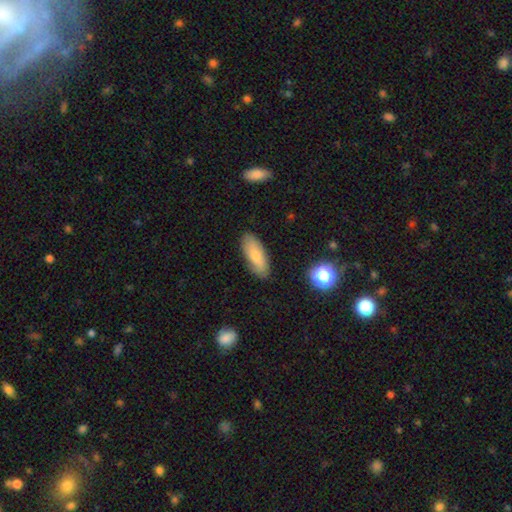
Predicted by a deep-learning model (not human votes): Smooth or featured: smooth — 76% (featured or disk — 17%)
How rounded: in between — 78% (cigar-shaped — 20%)
Merging: none — 83% (minor disturbance — 13%)